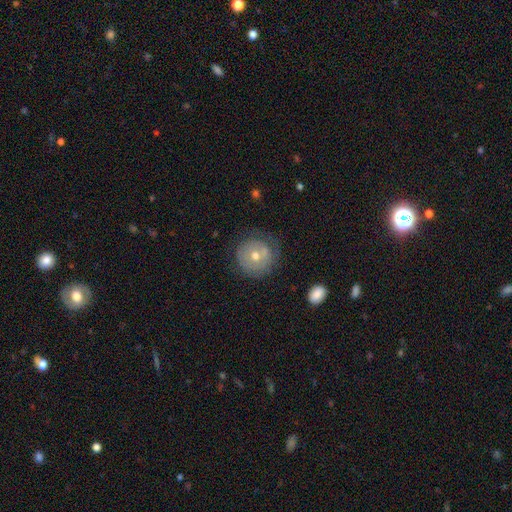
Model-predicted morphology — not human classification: Q: Smooth or featured?
A: featured or disk (45%); tied with: smooth (45%)
Q: Merging?
A: none (68%); runner-up: minor disturbance (20%)